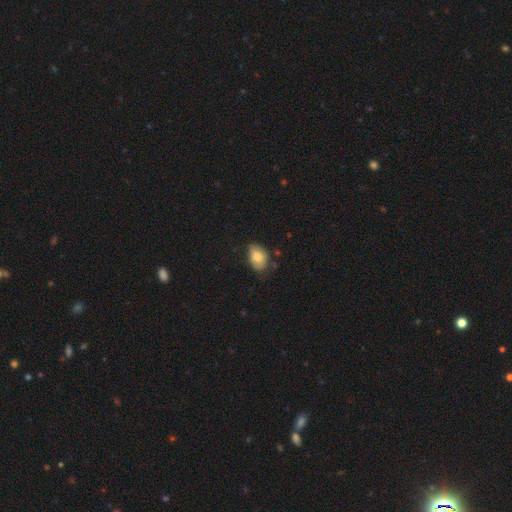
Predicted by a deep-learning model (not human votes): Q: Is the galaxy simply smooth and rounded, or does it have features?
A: smooth — 76%.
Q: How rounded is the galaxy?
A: in between — 82%.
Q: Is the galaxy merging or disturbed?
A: none — 62%.